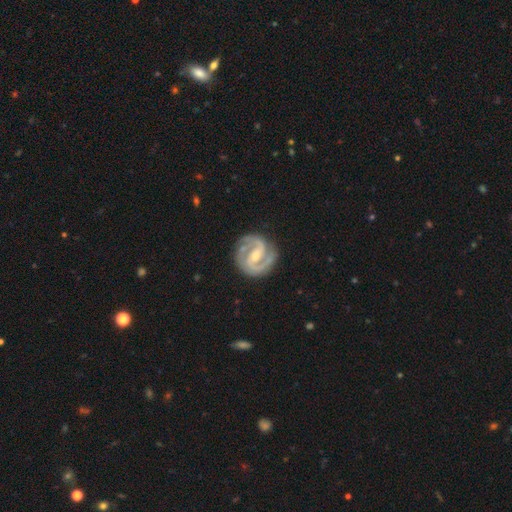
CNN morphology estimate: Smooth or featured? Predicted: featured or disk (p=0.92). Edge-on disk? Predicted: no (p=0.98). Bar? Predicted: weak (p=0.44). Spiral arms? Predicted: yes (p=0.98). Spiral winding? Predicted: tight (p=0.50). Spiral arm count? Predicted: 2 (p=0.89). Bulge size? Predicted: small (p=0.51). Merging? Predicted: none (p=0.81).